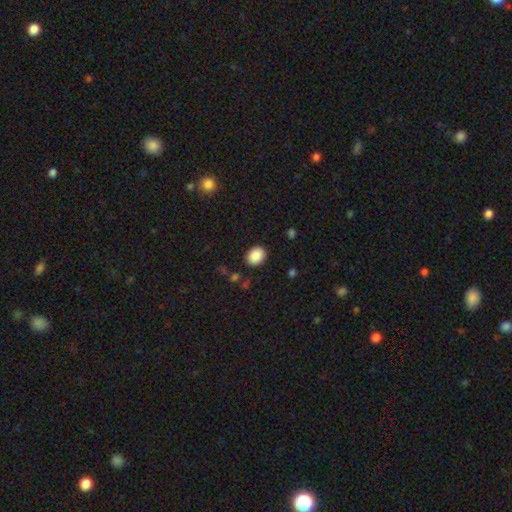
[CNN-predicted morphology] Smooth or featured? smooth (88%)
How rounded? in between (51%)
Merging? none (87%)